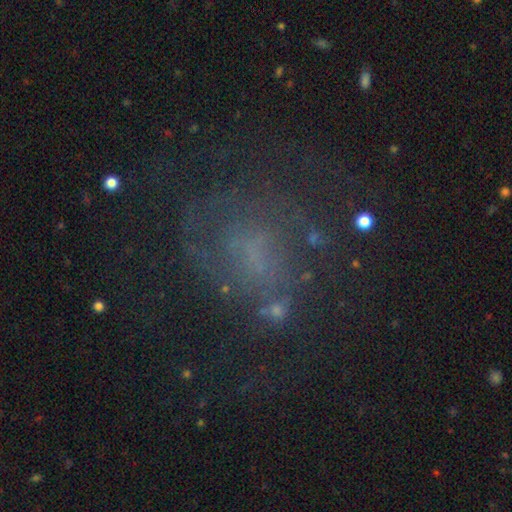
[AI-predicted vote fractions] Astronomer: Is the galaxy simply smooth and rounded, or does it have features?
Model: featured or disk — 50% (runner-up: star or artifact, 26%).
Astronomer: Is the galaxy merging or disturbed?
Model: none — 59%.